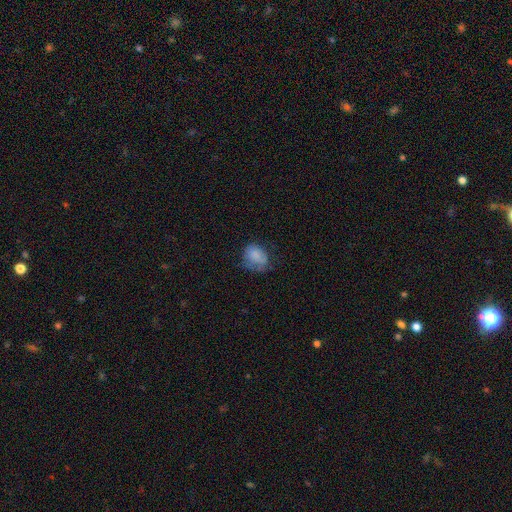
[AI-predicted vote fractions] Smooth or featured: smooth — 77% (featured or disk — 14%)
How rounded: in between — 58% (round — 41%)
Merging: none — 46% (minor disturbance — 33%)